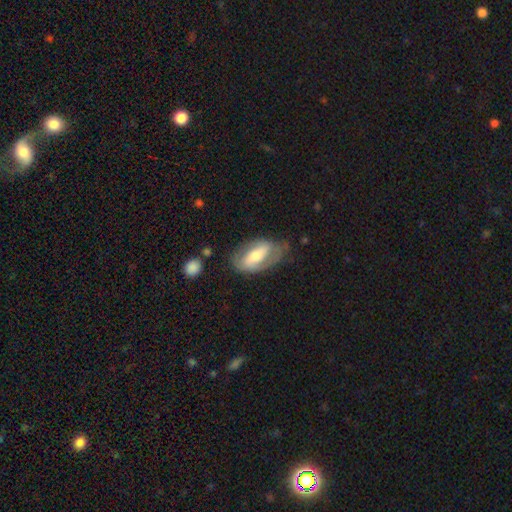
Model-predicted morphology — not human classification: The model was most divided on "bar": strong: 41%, weak: 35%, no: 24%. More confident: edge-on disk — no (93%); spiral arms — yes (75%); smooth or featured — featured or disk (64%); bulge size — moderate (59%); merging — none (58%).